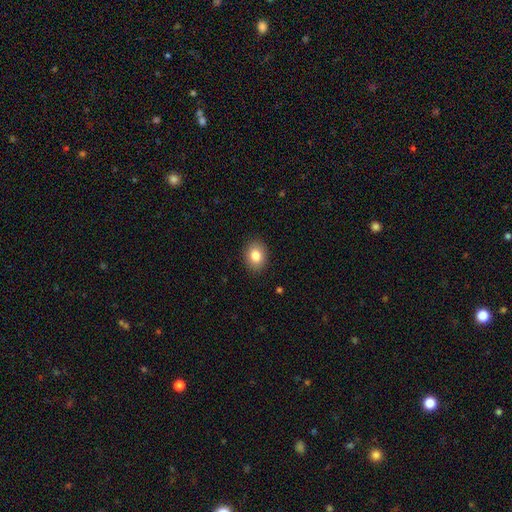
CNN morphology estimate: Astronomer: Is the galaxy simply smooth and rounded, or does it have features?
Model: smooth — 84%.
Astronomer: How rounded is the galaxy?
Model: in between — 53% (runner-up: round, 46%).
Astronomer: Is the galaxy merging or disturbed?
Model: none — 90%.